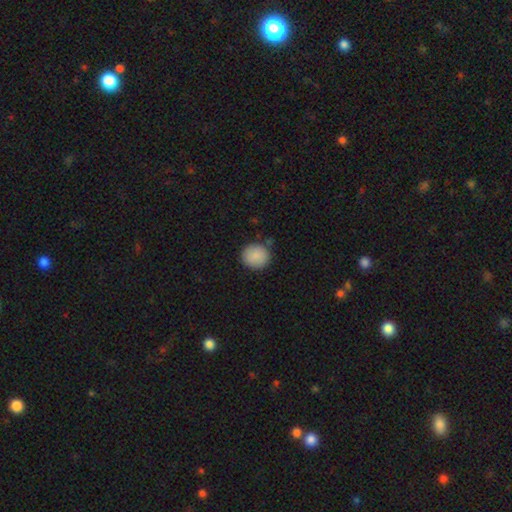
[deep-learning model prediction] The model was most divided on "merging": none: 85%, minor disturbance: 10%, merger: 3%, major disturbance: 2%. More confident: how rounded — round (90%); smooth or featured — smooth (88%).